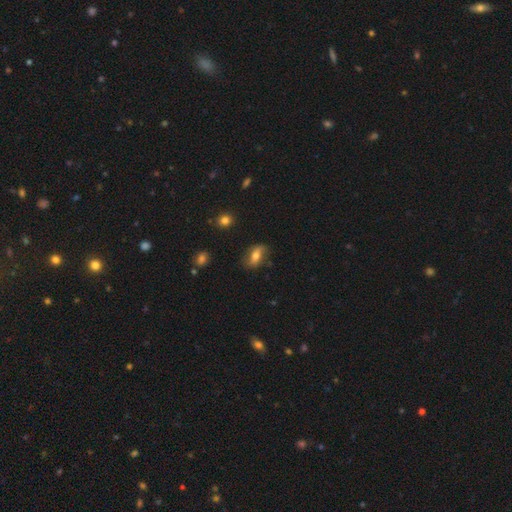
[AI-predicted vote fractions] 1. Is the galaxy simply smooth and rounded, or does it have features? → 57% smooth, 34% featured or disk, 9% star or artifact.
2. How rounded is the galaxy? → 83% in between, 10% round, 7% cigar-shaped.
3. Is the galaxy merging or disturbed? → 71% none, 21% minor disturbance, 6% major disturbance, 2% merger.